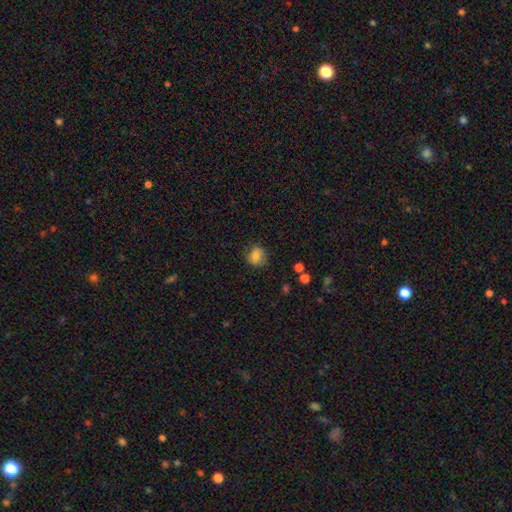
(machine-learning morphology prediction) Overall: smooth (80%). How rounded: round (74%). Merging: none (77%).